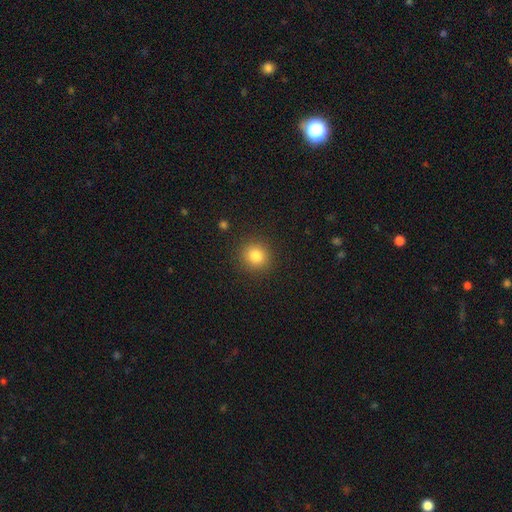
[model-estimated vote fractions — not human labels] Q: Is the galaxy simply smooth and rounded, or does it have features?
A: smooth — 83%.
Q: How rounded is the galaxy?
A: round — 88%.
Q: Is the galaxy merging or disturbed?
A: none — 89%.